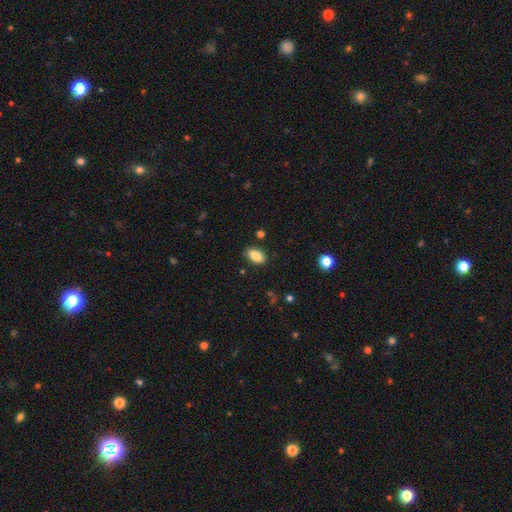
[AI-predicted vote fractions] This appears to be a smooth galaxy with no disk features (84%) that is in between round and cigar-shaped (91%). Merging: none (87%).